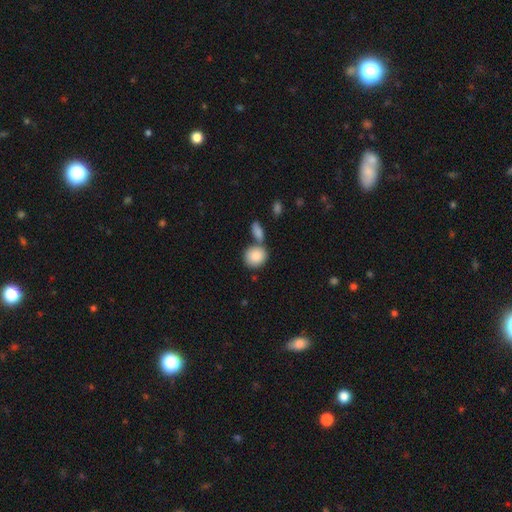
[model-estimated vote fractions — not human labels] smooth-or-featured: smooth: 87% | star or artifact: 7% | featured or disk: 6%
  how-rounded: round: 71% | in between: 28% | cigar-shaped: 1%
  merging: none: 54% | merger: 32% | minor disturbance: 10% | major disturbance: 4%